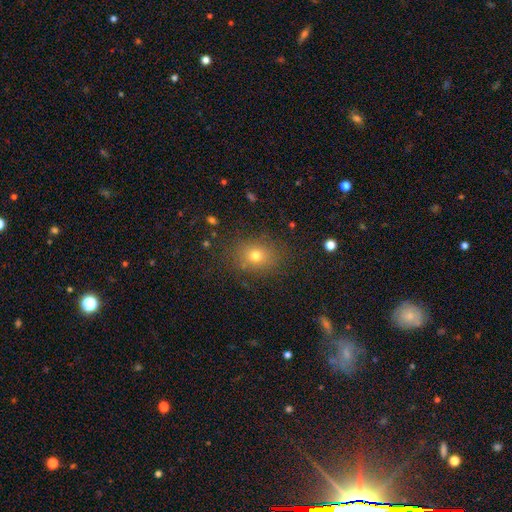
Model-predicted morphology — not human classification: Smooth or featured? Predicted: smooth (p=0.73). How rounded? Predicted: round (p=0.59). Merging? Predicted: none (p=0.84).